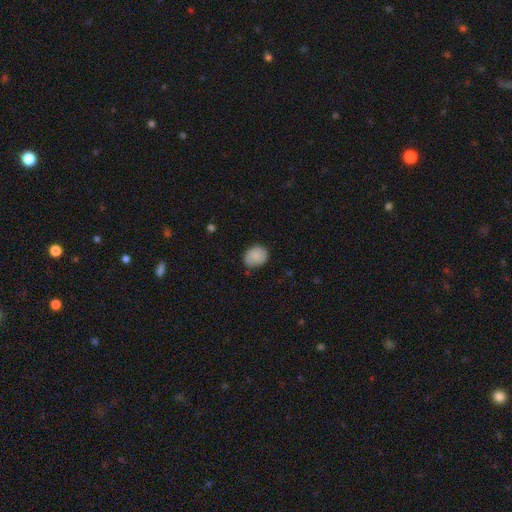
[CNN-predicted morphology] A smooth galaxy with no disk features (79%) that is round (56%).

Vote fractions:
- Smooth or featured? smooth: 79% / featured or disk: 14% / star or artifact: 8%
- How rounded? round: 56% / in between: 43% / cigar-shaped: 1%
- Merging? none: 73% / minor disturbance: 22% / major disturbance: 4% / merger: 2%